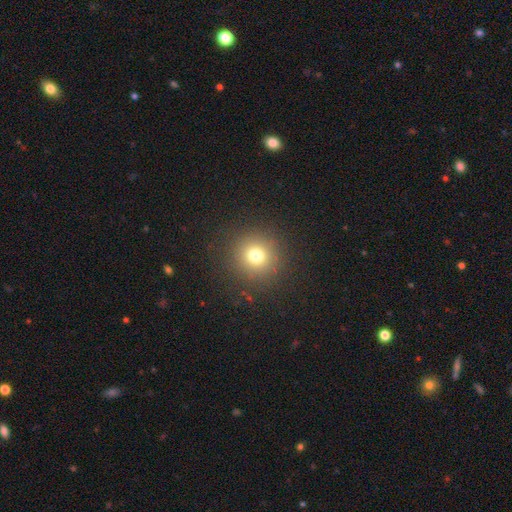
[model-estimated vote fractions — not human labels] Smooth or featured? Predicted: smooth (p=0.74). How rounded? Predicted: round (p=0.94). Merging? Predicted: none (p=0.89).